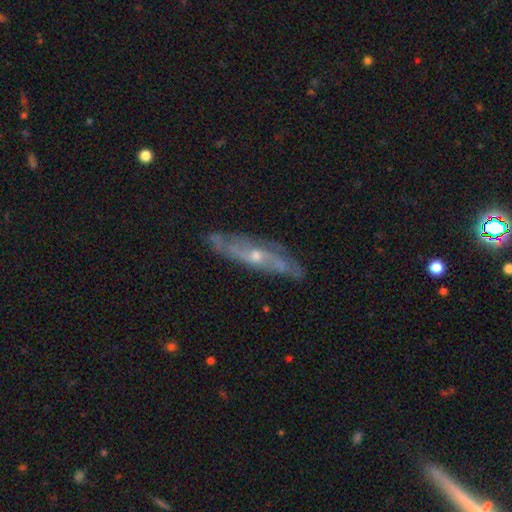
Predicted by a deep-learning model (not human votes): Q: Smooth or featured?
A: featured or disk (76%); runner-up: smooth (18%)
Q: Edge-on disk?
A: no (60%); runner-up: yes (40%)
Q: Merging?
A: none (74%); runner-up: minor disturbance (19%)